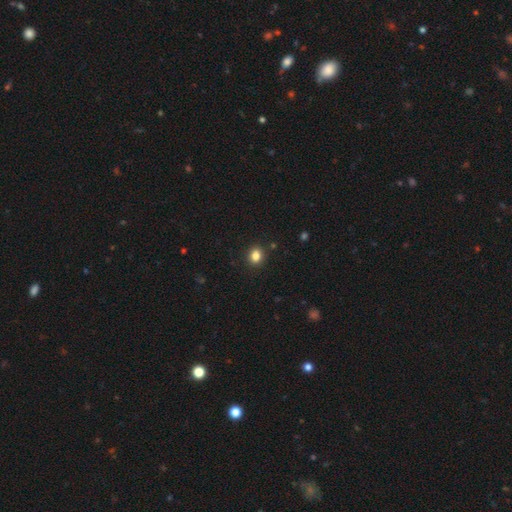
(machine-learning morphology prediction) This is clearly a smooth galaxy (83%). How rounded: likely round (71%). Merging: clearly none (90%).